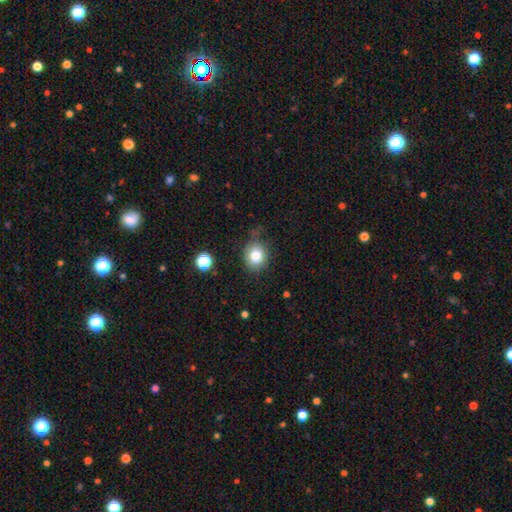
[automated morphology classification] A smooth galaxy with no disk features (80%) that is round (72%).

Vote fractions:
- Smooth or featured? smooth: 80% / star or artifact: 11% / featured or disk: 9%
- How rounded? round: 72% / in between: 27% / cigar-shaped: 1%
- Merging? none: 72% / minor disturbance: 20% / major disturbance: 6% / merger: 3%